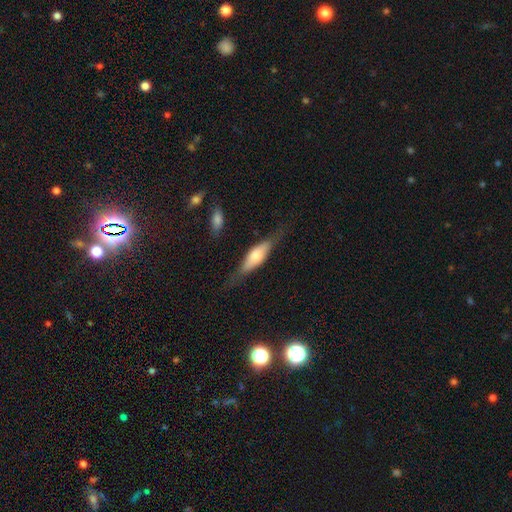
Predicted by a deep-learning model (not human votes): A featured or disk galaxy (53%) viewed edge-on (88%).

Vote fractions:
- Smooth or featured? featured or disk: 53% / smooth: 41% / star or artifact: 7%
- Edge-on disk? yes: 88% / no: 12%
- Merging? none: 74% / minor disturbance: 18% / major disturbance: 7% / merger: 2%